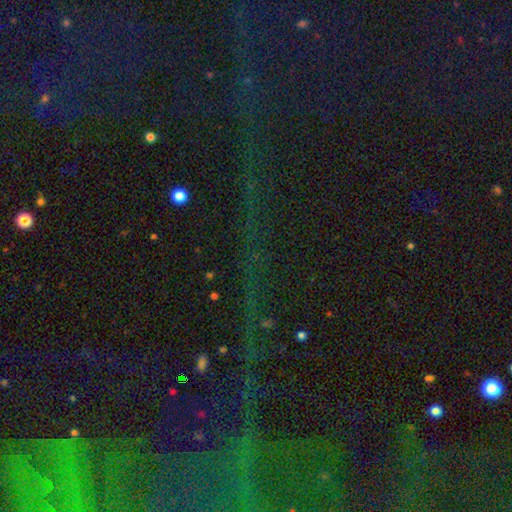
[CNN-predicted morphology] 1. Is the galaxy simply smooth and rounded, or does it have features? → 81% star or artifact, 10% featured or disk, 9% smooth.